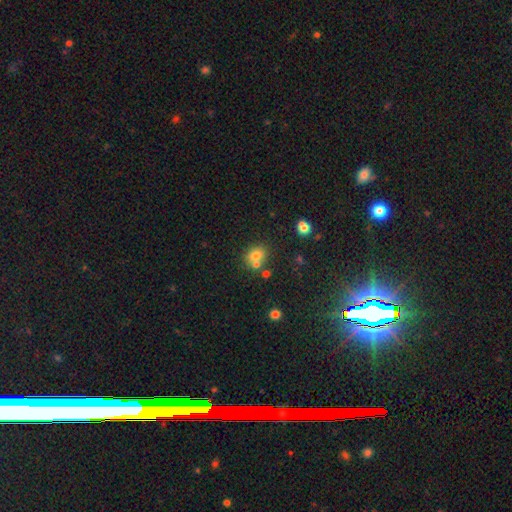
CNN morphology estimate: A smooth galaxy with no disk features (73%) that is round (51%). Merging: none (53%).